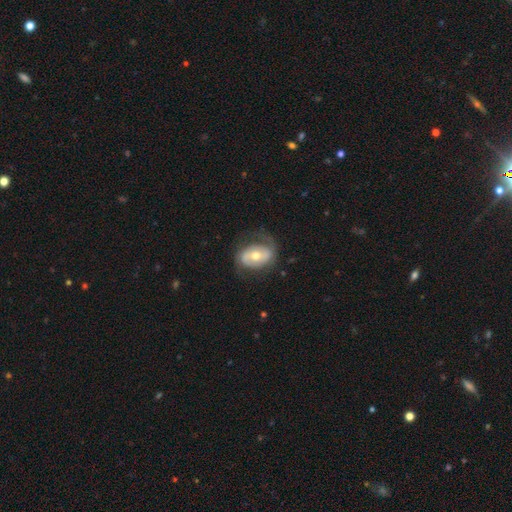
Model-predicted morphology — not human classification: Smooth or featured? featured or disk (67%)
Edge-on disk? no (95%)
Bar? no (49%)
Spiral arms? yes (74%)
Bulge size? moderate (69%)
Merging? none (59%)